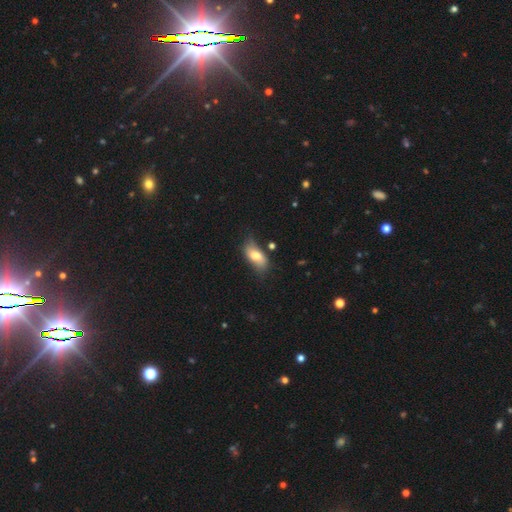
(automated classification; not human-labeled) A smooth galaxy with no disk features (67%) that is in between round and cigar-shaped (89%).

Vote fractions:
- Smooth or featured? smooth: 67% / featured or disk: 25% / star or artifact: 7%
- How rounded? in between: 89% / cigar-shaped: 6% / round: 5%
- Merging? none: 60% / minor disturbance: 28% / major disturbance: 8% / merger: 4%